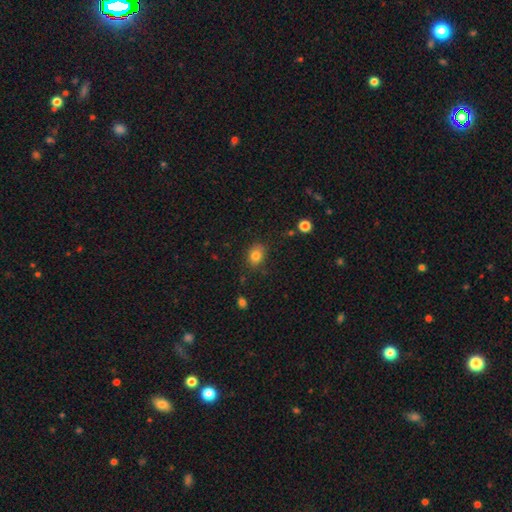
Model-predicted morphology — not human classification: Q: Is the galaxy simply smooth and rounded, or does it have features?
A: smooth — 82%.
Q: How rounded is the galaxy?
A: in between — 56%.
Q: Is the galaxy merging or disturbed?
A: none — 78%.